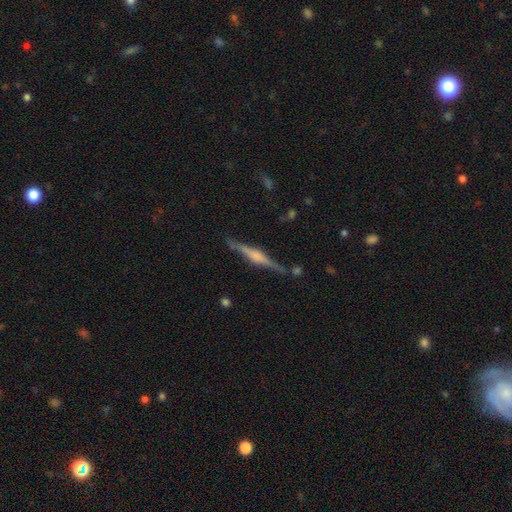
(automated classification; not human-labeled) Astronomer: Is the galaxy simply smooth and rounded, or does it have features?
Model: featured or disk — 79%.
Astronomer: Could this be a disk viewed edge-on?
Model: yes — 98%.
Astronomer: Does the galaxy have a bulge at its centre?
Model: rounded — 61%.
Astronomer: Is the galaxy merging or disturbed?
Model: none — 85%.